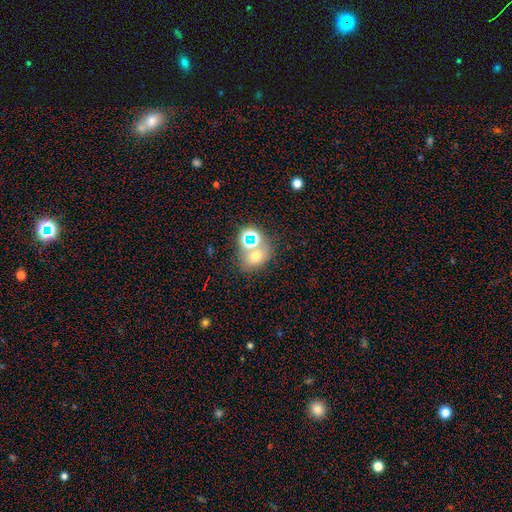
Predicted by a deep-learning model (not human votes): Smooth or featured?
  - smooth: 58% *
  - star or artifact: 27%
  - featured or disk: 15%
How rounded?
  - in between: 50% *
  - round: 49%
  - cigar-shaped: 1%
Merging?
  - none: 51% *
  - merger: 33%
  - minor disturbance: 10%
  - major disturbance: 5%